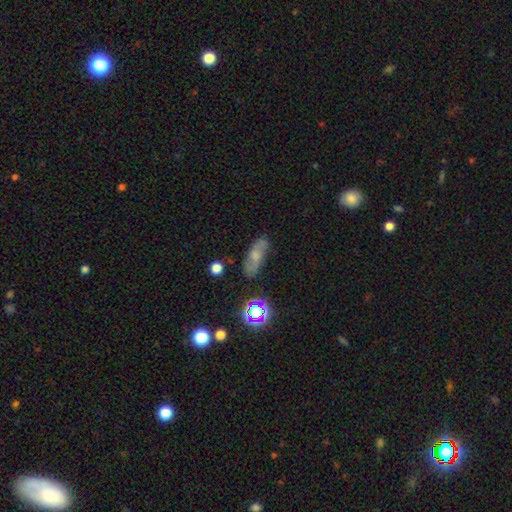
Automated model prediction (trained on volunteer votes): This appears to be a smooth galaxy with no disk features (50%) that is in between round and cigar-shaped (68%). Merging: none (76%).